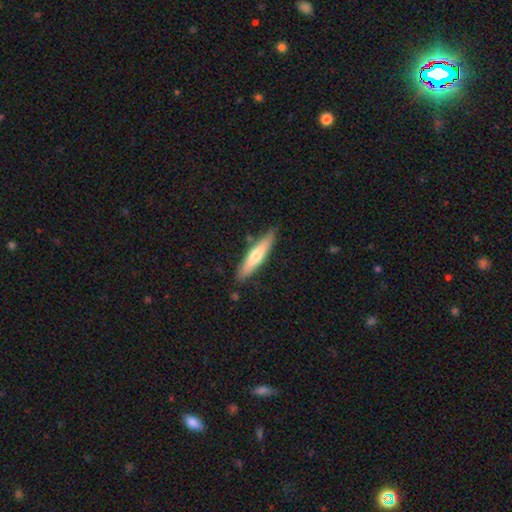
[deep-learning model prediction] smooth 57%, featured or disk 38%, star or artifact 5%. Down the decision tree: how rounded — cigar-shaped (84%); merging — none (82%).